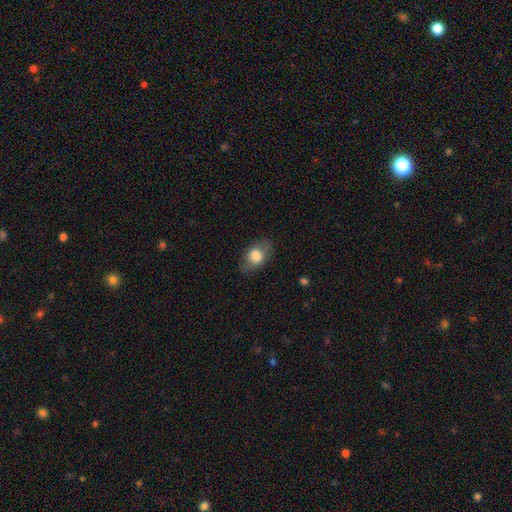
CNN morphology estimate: type=smooth (73%); roundness=in between (80%); merging=none (78%).